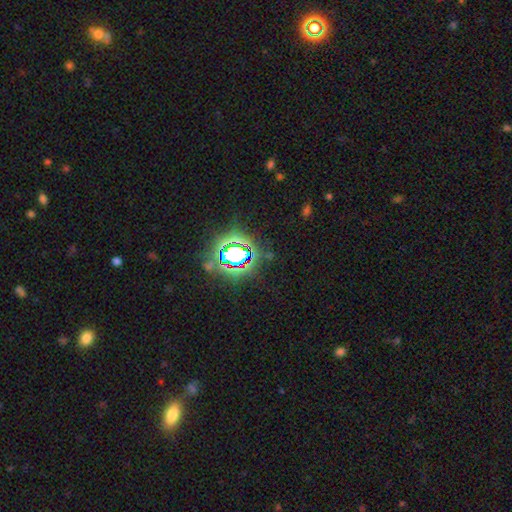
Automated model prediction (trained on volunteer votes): smooth_or_featured: star or artifact (p=0.80) [alt: smooth p=0.12]